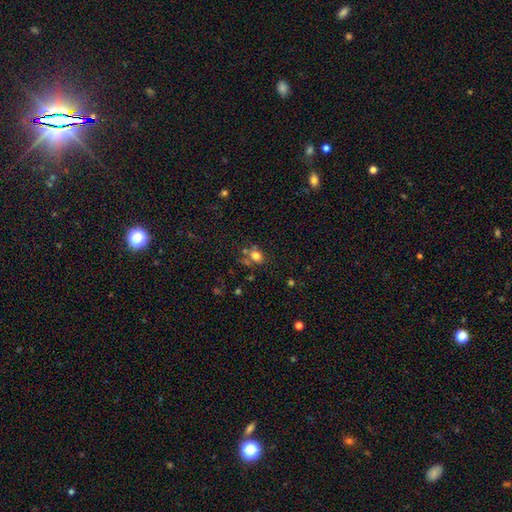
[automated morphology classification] Smooth or featured? Predicted: smooth (p=0.75). How rounded? Predicted: round (p=0.51). Merging? Predicted: none (p=0.55).